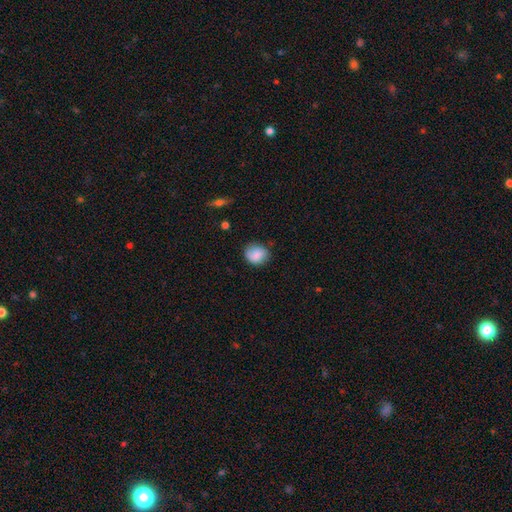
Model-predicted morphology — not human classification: Smooth or featured? Predicted: smooth (p=0.82). How rounded? Predicted: round (p=0.75). Merging? Predicted: none (p=0.74).